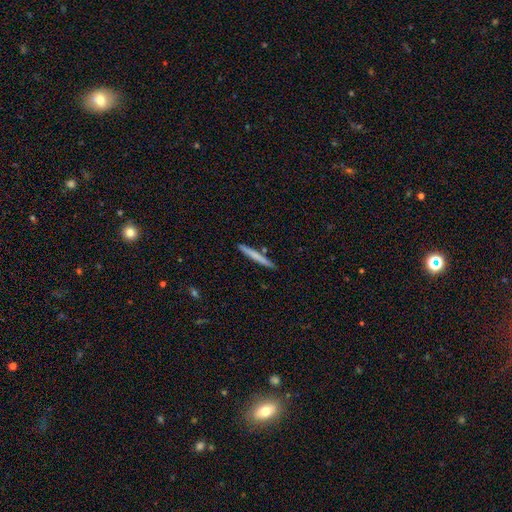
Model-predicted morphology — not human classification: Smooth or featured? Predicted: smooth (p=0.64). How rounded? Predicted: cigar-shaped (p=0.97). Merging? Predicted: none (p=0.89).